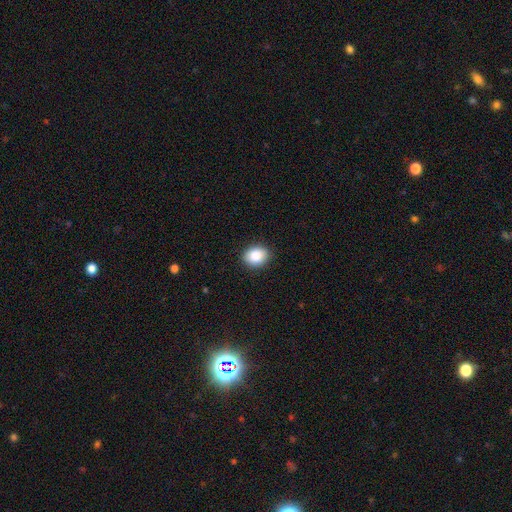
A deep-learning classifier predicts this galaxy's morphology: A smooth galaxy with no disk features (87%) that is in between round and cigar-shaped (55%). Merging: none (90%).